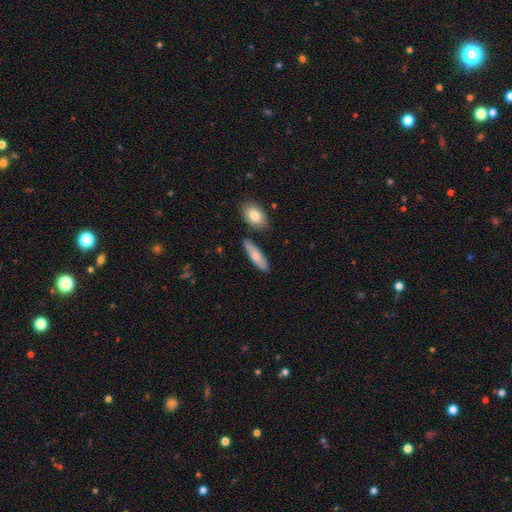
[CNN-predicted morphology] Smooth or featured?
  - smooth: 75% *
  - featured or disk: 19%
  - star or artifact: 6%
How rounded?
  - cigar-shaped: 52% *
  - in between: 46%
  - round: 3%
Merging?
  - none: 81% *
  - minor disturbance: 11%
  - merger: 6%
  - major disturbance: 2%